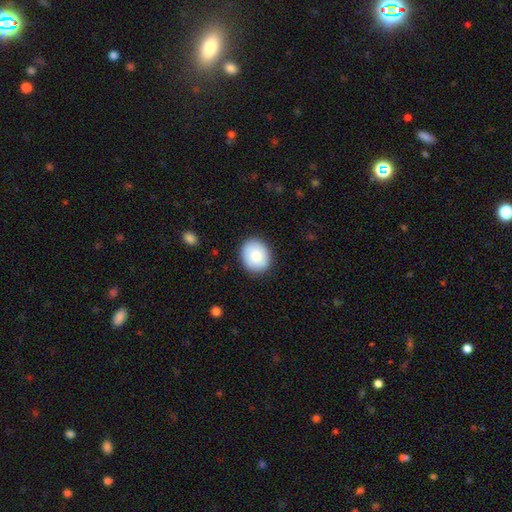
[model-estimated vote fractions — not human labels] Morphology: type=smooth (86%); roundness=round (61%); merging=none (88%).